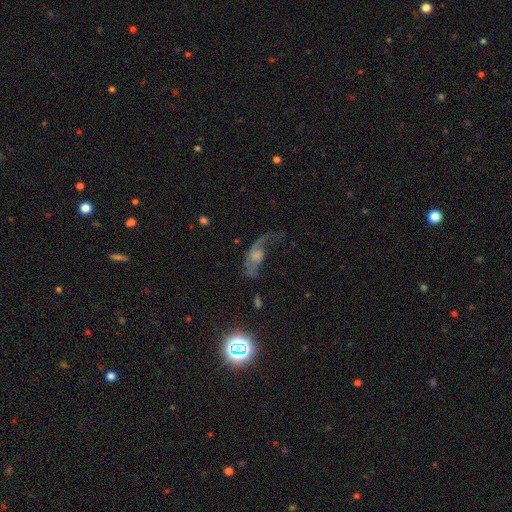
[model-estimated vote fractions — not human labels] Smooth or featured? Predicted: featured or disk (p=0.58). Edge-on disk? Predicted: no (p=0.89). Bar? Predicted: no (p=0.74). Spiral arms? Predicted: yes (p=0.67). Bulge size? Predicted: moderate (p=0.28, tied with none). Merging? Predicted: major disturbance (p=0.53).